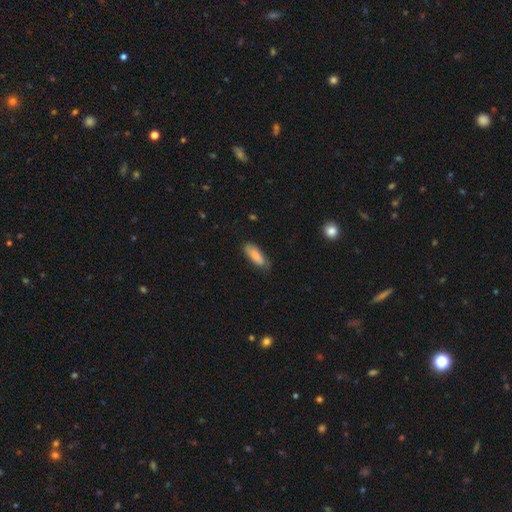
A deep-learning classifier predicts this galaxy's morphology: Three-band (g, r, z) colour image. It shows a smooth galaxy with no disk features (83%) that is in between round and cigar-shaped (64%). Merging: none (75%).